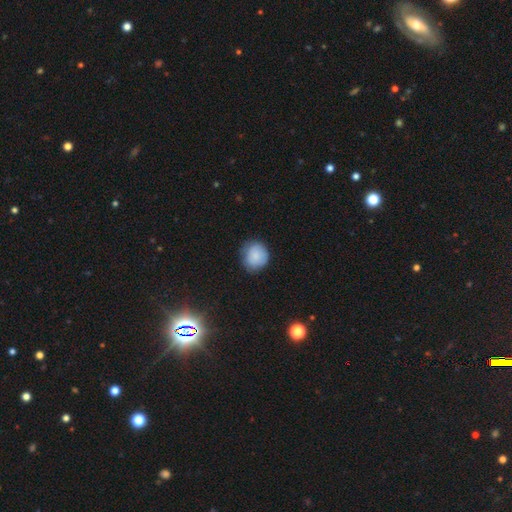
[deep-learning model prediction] Smooth or featured?
  - smooth: 84% *
  - featured or disk: 8%
  - star or artifact: 8%
How rounded?
  - round: 82% *
  - in between: 17%
  - cigar-shaped: 1%
Merging?
  - none: 74% *
  - minor disturbance: 21%
  - major disturbance: 4%
  - merger: 1%